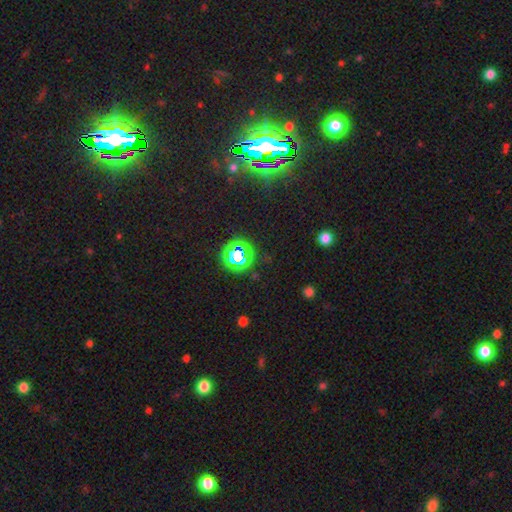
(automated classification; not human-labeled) smooth-or-featured: star or artifact: 79% | smooth: 14% | featured or disk: 7%